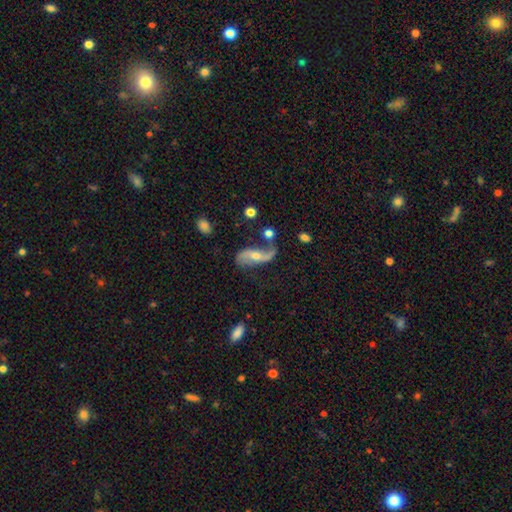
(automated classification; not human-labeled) The model was most divided on "bulge size": moderate: 54%, small: 40%, large: 3%, none: 2%, dominant: 1%. Remaining: spiral arms — yes (94%); edge-on disk — no (94%); spiral arm count — 2 (89%); spiral winding — loose (85%); smooth or featured — featured or disk (84%); merging — none (58%); bar — no (49%).